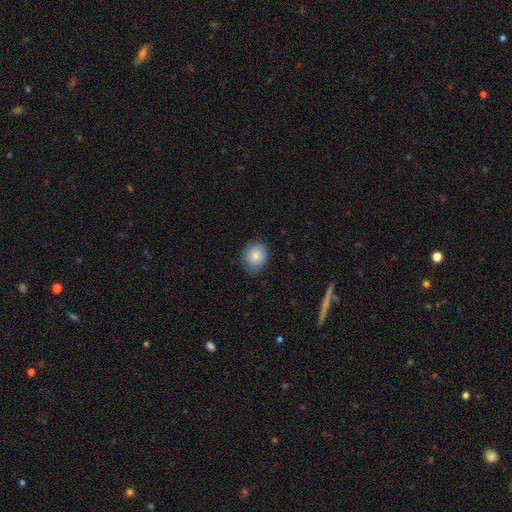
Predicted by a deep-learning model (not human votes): smooth 83%, featured or disk 10%, star or artifact 7%. Down the decision tree: how rounded — round (67%); merging — none (74%).